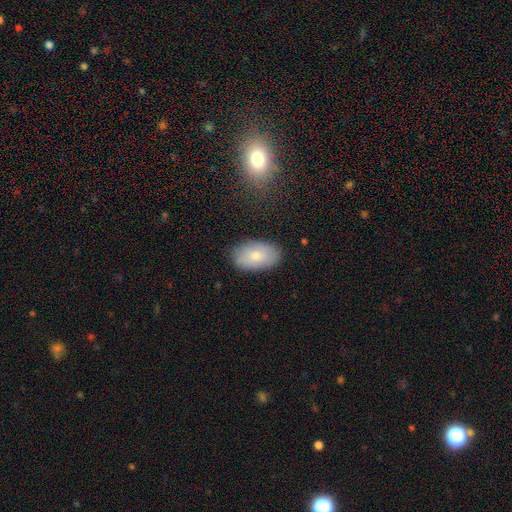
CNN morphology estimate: smooth_or_featured: smooth (p=0.75) [alt: featured or disk p=0.18]
how_rounded: in between (p=0.94) [alt: round p=0.05]
merging: none (p=0.83) [alt: minor disturbance p=0.12]